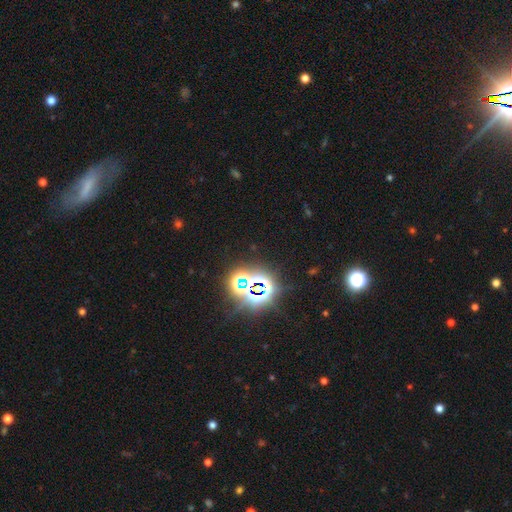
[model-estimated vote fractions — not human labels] Morphology: type=star or artifact (74%).